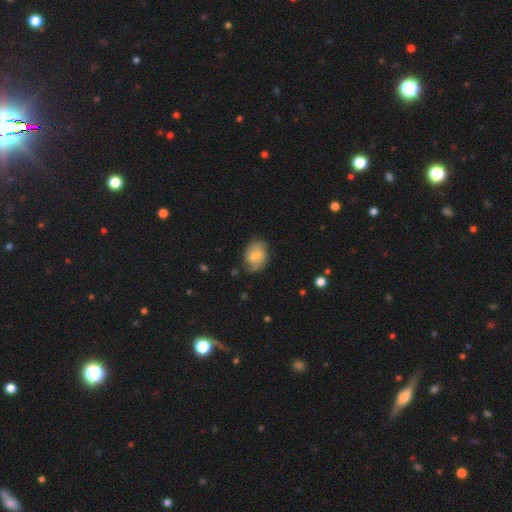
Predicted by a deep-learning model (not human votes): smooth_or_featured: featured or disk (p=0.50) [alt: smooth p=0.43]
disk_edge_on: no (p=0.96) [alt: yes p=0.04]
merging: none (p=0.68) [alt: minor disturbance p=0.23]